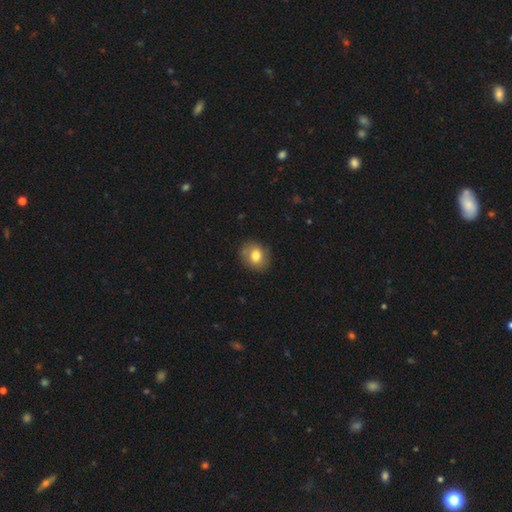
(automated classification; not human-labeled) Smooth or featured? Predicted: smooth (p=0.77). How rounded? Predicted: round (p=0.66). Merging? Predicted: none (p=0.82).